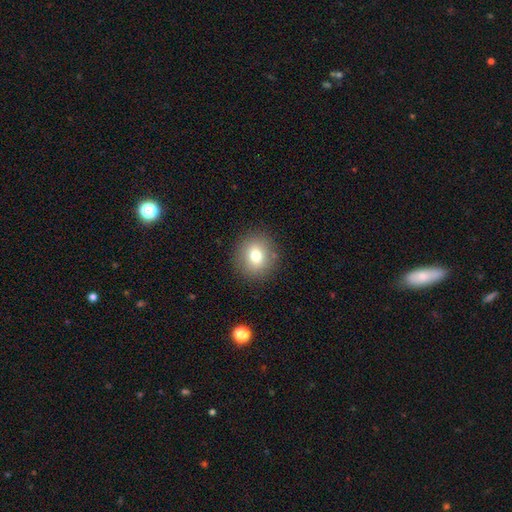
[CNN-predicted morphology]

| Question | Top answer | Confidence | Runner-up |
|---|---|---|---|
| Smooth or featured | smooth | 75% | featured or disk (14%) |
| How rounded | round | 80% | in between (19%) |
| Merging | none | 87% | minor disturbance (8%) |